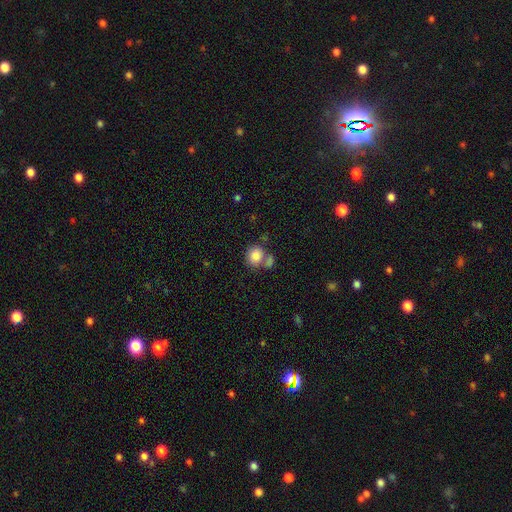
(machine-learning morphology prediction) type=smooth (83%); roundness=round (76%); merging=none (54%).